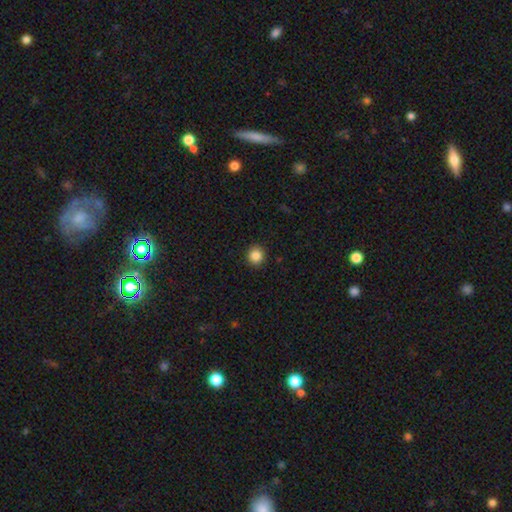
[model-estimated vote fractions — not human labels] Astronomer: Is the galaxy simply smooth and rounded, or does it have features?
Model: smooth — 86%.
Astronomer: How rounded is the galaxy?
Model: round — 90%.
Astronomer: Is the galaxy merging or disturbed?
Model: none — 92%.